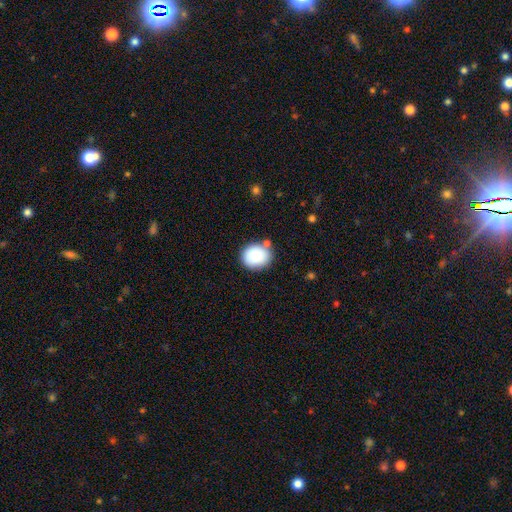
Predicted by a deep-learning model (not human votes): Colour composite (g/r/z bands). It shows a smooth galaxy with no disk features (87%) that is round (63%). Merging: none (75%).